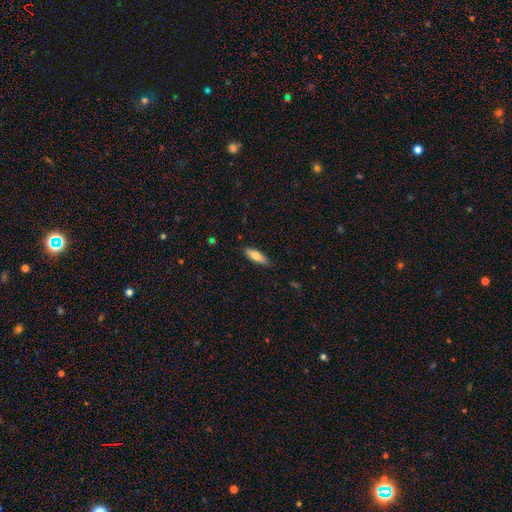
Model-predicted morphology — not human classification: smooth-or-featured: smooth: 75% | featured or disk: 20% | star or artifact: 6%
  how-rounded: in between: 57% | cigar-shaped: 41% | round: 2%
  merging: none: 87% | minor disturbance: 11% | major disturbance: 2% | merger: 1%